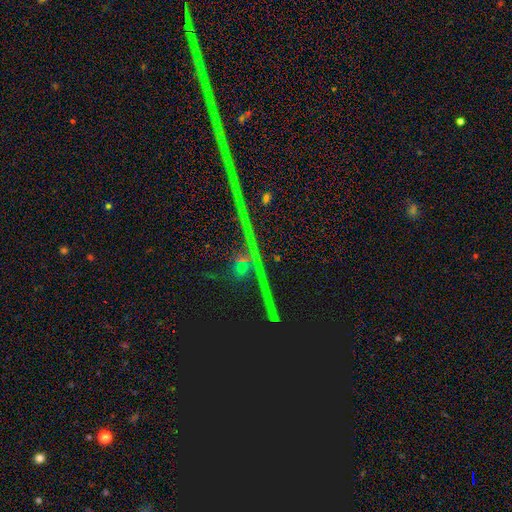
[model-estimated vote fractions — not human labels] This is clearly a star or artifact rather than a galaxy (84%).